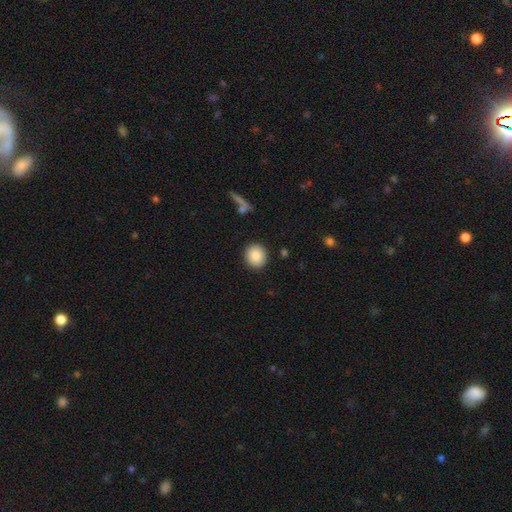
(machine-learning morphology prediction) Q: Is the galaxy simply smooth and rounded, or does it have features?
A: smooth — 87%.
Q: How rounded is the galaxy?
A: round — 87%.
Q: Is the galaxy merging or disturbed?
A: none — 90%.